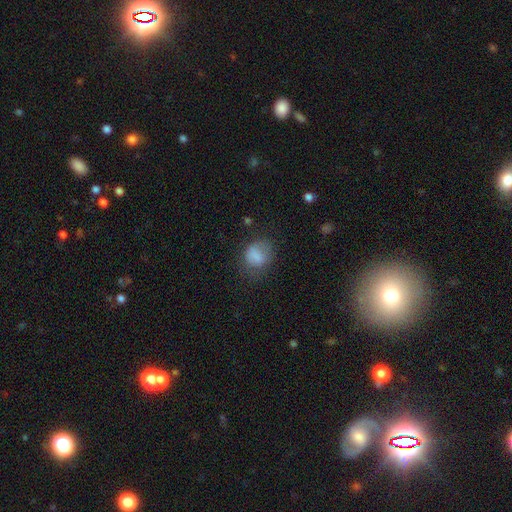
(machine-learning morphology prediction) Smooth or featured? Predicted: smooth (p=0.78). How rounded? Predicted: round (p=0.57). Merging? Predicted: none (p=0.57).